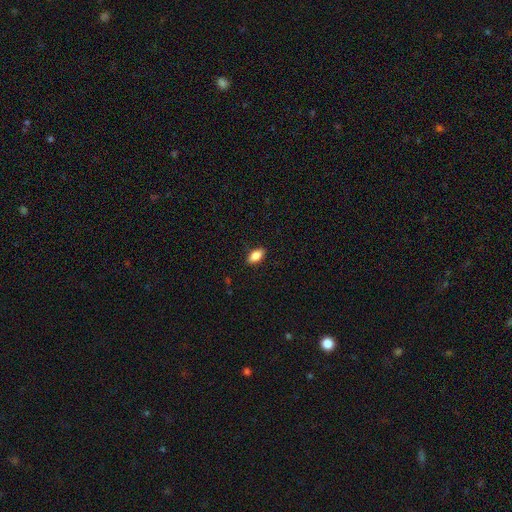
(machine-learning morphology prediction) Smooth or featured: smooth — 81% (featured or disk — 11%)
How rounded: in between — 88% (cigar-shaped — 7%)
Merging: none — 86% (minor disturbance — 11%)